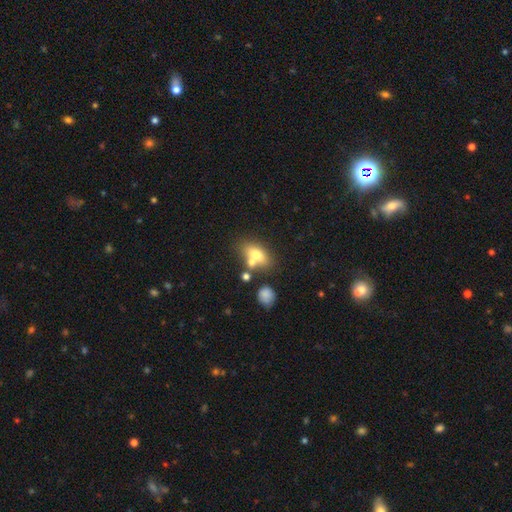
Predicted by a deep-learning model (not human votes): Smooth or featured? smooth (68%)
How rounded? in between (78%)
Merging? none (46%)